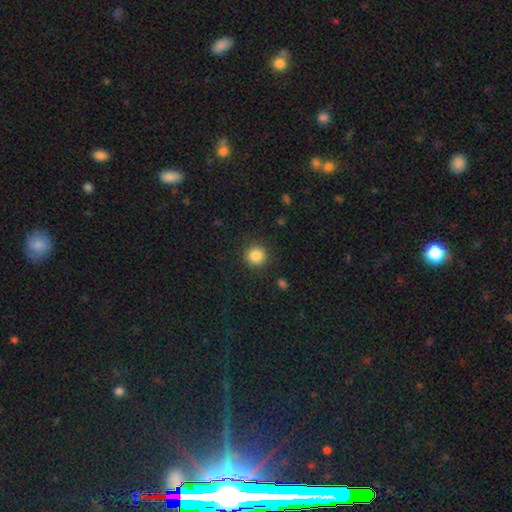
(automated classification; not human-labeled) Smooth or featured?
  - smooth: 85% *
  - star or artifact: 10%
  - featured or disk: 5%
How rounded?
  - round: 94% *
  - in between: 6%
  - cigar-shaped: 1%
Merging?
  - none: 90% *
  - minor disturbance: 6%
  - major disturbance: 2%
  - merger: 1%